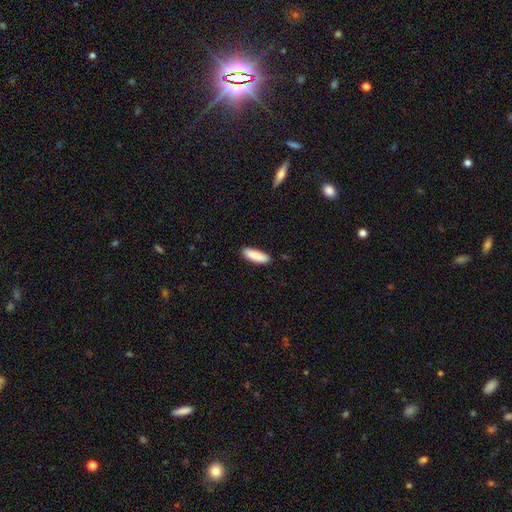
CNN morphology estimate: Smooth or featured: smooth — 89% (star or artifact — 6%)
How rounded: in between — 57% (cigar-shaped — 42%)
Merging: none — 86% (minor disturbance — 11%)